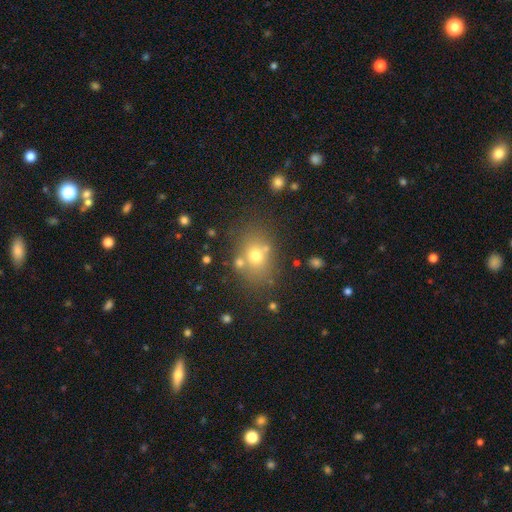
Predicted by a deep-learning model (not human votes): Morphology: type=smooth (68%); roundness=in between (51%); merging=none (72%).